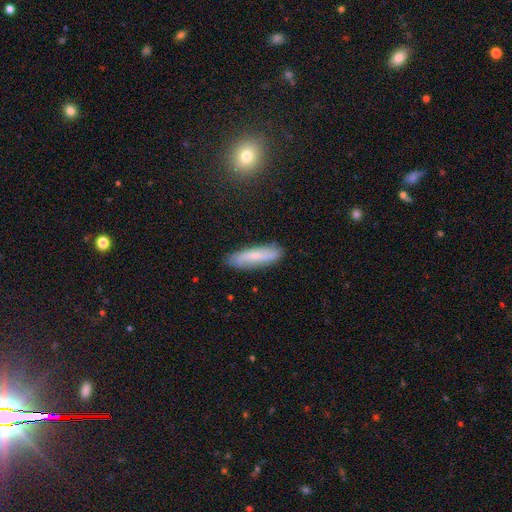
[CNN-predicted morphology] Smooth or featured: smooth — 62% (featured or disk — 31%)
How rounded: cigar-shaped — 70% (in between — 28%)
Merging: none — 84% (minor disturbance — 12%)